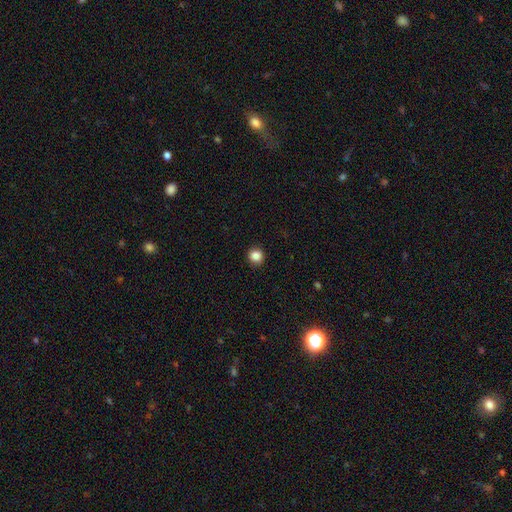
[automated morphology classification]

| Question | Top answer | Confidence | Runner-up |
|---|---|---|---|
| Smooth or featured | smooth | 86% | star or artifact (10%) |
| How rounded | round | 92% | in between (7%) |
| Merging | none | 92% | minor disturbance (6%) |